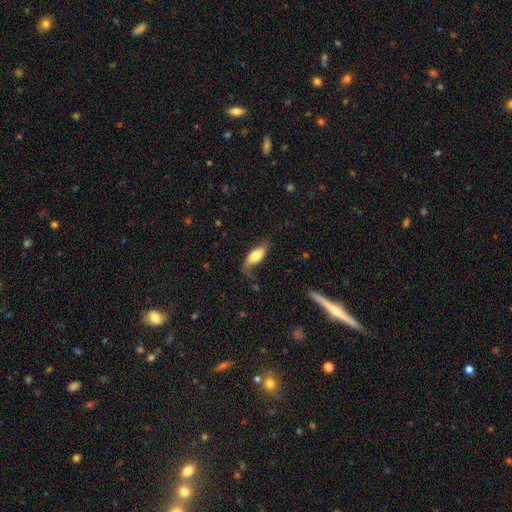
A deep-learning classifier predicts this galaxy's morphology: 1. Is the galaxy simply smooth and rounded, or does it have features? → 60% smooth, 33% featured or disk, 6% star or artifact.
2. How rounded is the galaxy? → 79% in between, 18% cigar-shaped, 3% round.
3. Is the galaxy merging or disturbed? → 49% none, 31% minor disturbance, 17% major disturbance, 3% merger.